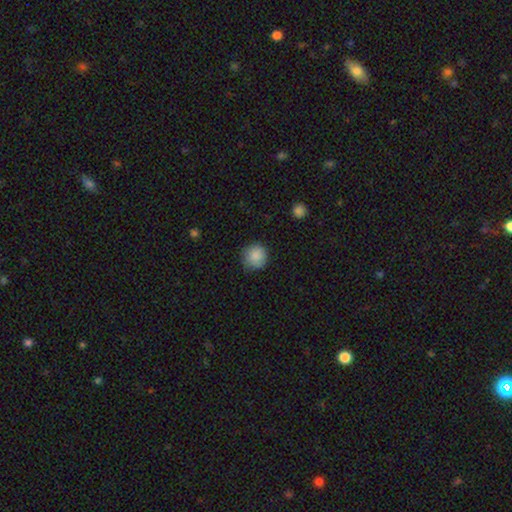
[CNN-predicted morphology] smooth 87%, star or artifact 8%, featured or disk 5%. Down the decision tree: how rounded — round (93%); merging — none (81%).